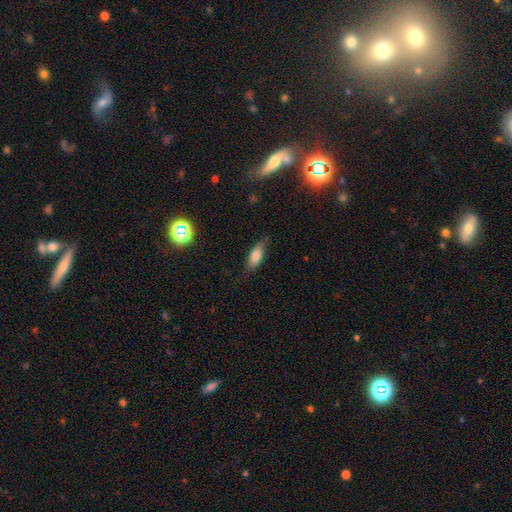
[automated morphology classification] A smooth galaxy with no disk features (77%) that is in between round and cigar-shaped (73%). Merging: none (75%).